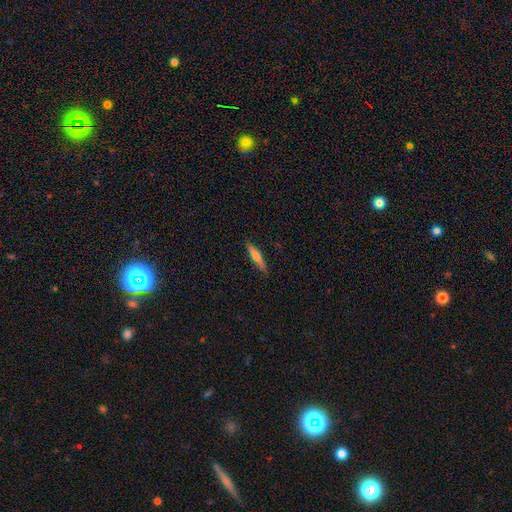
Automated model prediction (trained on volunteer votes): Q: Smooth or featured?
A: smooth (63%); runner-up: featured or disk (31%)
Q: How rounded?
A: cigar-shaped (86%); runner-up: in between (12%)
Q: Merging?
A: none (87%); runner-up: minor disturbance (10%)